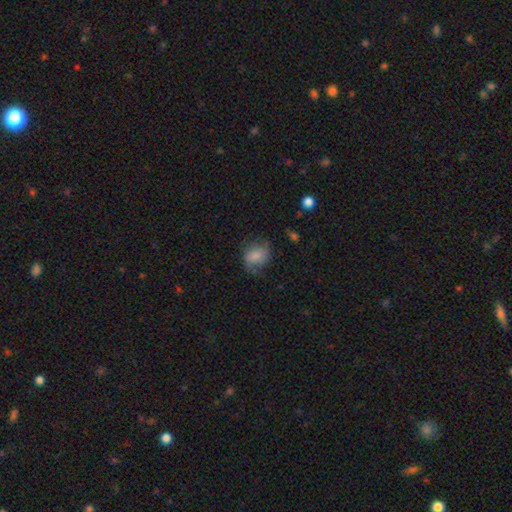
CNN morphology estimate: Q: Smooth or featured?
A: smooth (69%); runner-up: featured or disk (22%)
Q: How rounded?
A: in between (55%); runner-up: round (44%)
Q: Merging?
A: none (60%); runner-up: minor disturbance (26%)